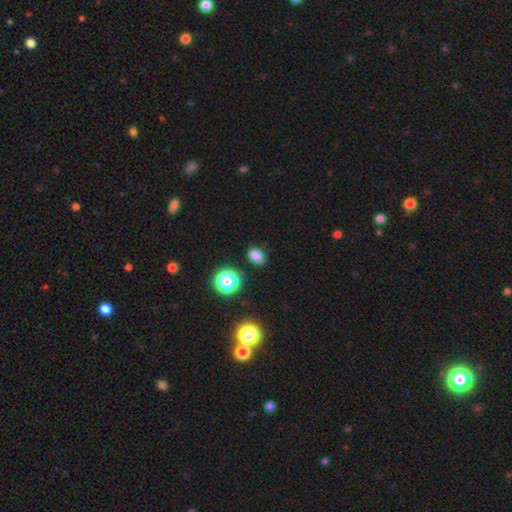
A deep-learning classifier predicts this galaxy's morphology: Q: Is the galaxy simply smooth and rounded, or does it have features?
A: smooth — 80%.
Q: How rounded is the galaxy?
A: in between — 67%.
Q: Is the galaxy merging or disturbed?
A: none — 85%.